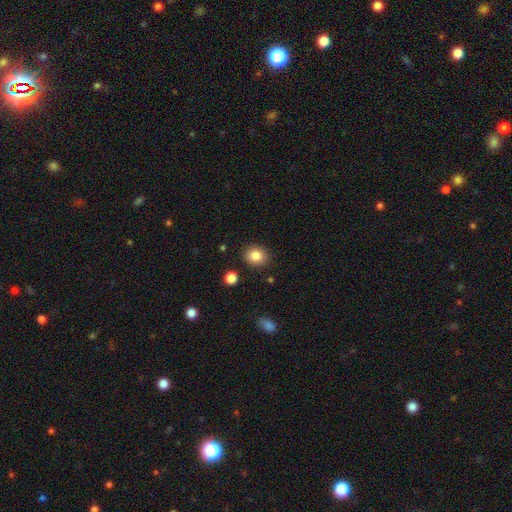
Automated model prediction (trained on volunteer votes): Smooth or featured? Predicted: smooth (p=0.84). How rounded? Predicted: round (p=0.74). Merging? Predicted: none (p=0.88).